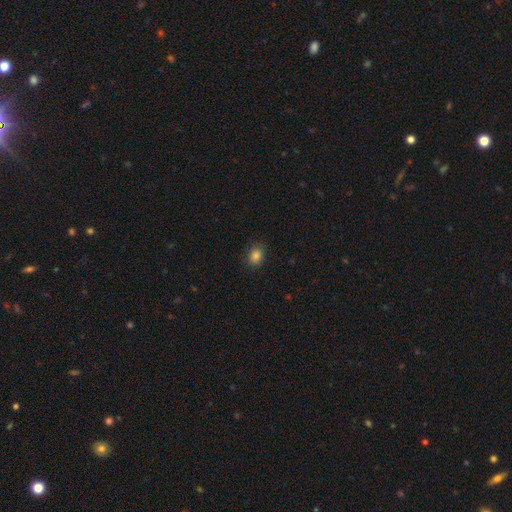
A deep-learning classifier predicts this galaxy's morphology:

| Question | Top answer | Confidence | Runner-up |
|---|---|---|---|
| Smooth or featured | smooth | 85% | star or artifact (11%) |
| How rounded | in between | 57% | round (42%) |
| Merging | none | 86% | minor disturbance (10%) |